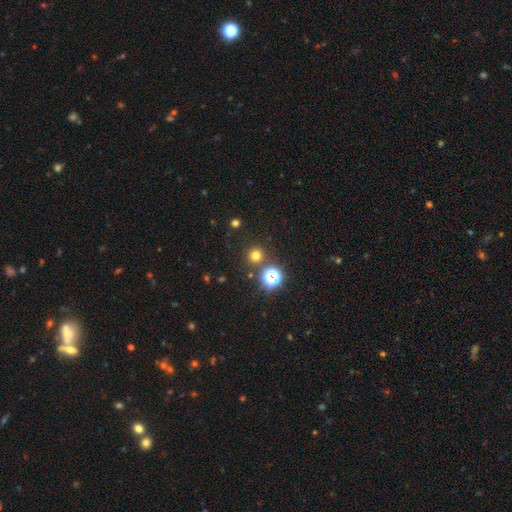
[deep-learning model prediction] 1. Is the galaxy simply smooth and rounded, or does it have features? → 70% smooth, 24% star or artifact, 6% featured or disk.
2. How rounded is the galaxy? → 94% round, 5% in between, 1% cigar-shaped.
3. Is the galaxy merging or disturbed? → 86% none, 6% minor disturbance, 6% merger, 3% major disturbance.